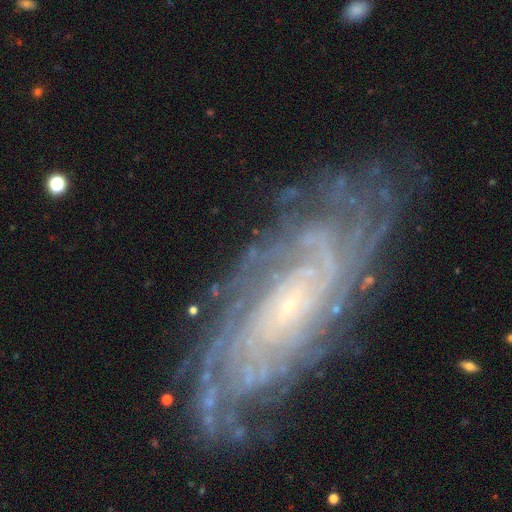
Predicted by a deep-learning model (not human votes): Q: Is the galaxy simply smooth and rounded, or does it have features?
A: featured or disk — 88%.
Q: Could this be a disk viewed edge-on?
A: no — 93%.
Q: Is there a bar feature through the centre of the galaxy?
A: no — 68%.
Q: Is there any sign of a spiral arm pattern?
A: yes — 97%.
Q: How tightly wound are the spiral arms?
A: tight — 78%.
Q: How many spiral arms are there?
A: can't tell — 29%.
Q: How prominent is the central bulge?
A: small — 86%.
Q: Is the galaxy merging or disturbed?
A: none — 76%.